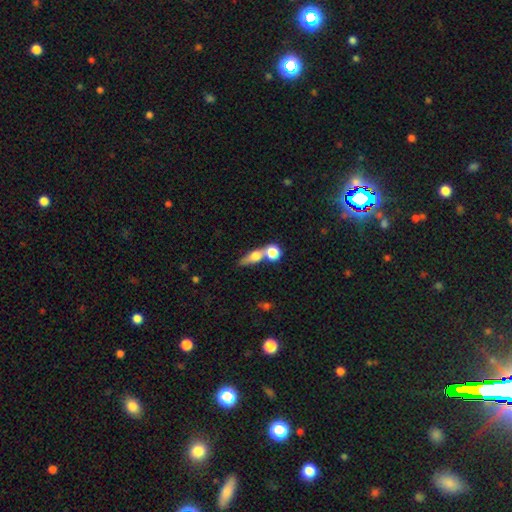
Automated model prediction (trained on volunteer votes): smooth 59%, featured or disk 29%, star or artifact 12%. Down the decision tree: how rounded — in between (38%); merging — merger (41%, tied with none).